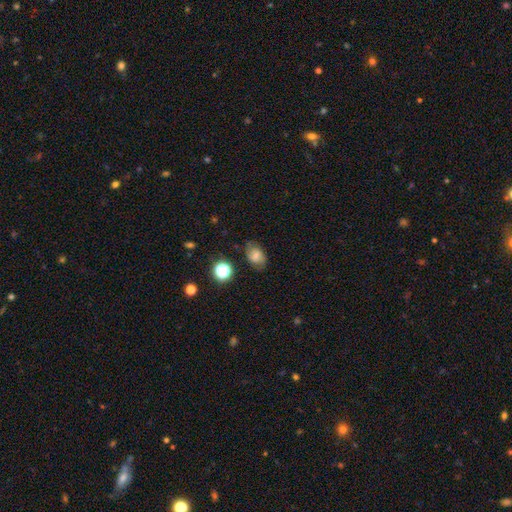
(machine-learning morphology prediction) This is likely a smooth galaxy (63%). How rounded: likely in between (75%). Merging: likely none (72%).